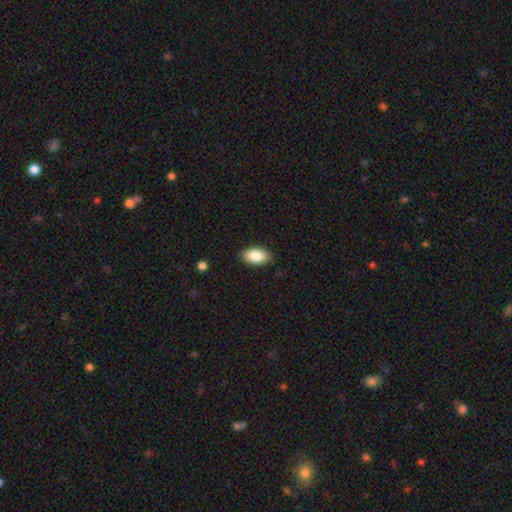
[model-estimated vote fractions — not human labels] smooth-or-featured: smooth: 87% | star or artifact: 7% | featured or disk: 6%
  how-rounded: in between: 93% | round: 5% | cigar-shaped: 2%
  merging: none: 87% | minor disturbance: 10% | major disturbance: 2% | merger: 1%